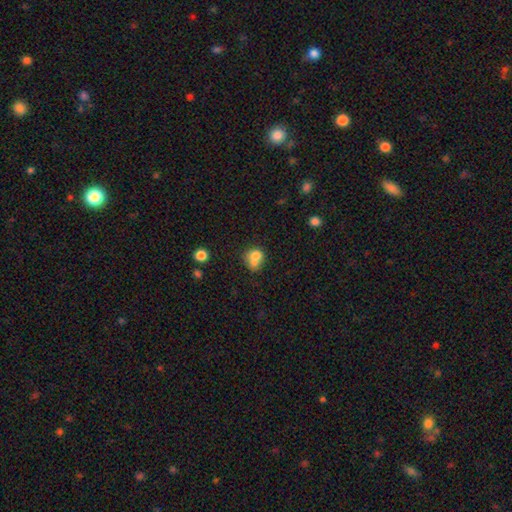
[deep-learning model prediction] A smooth galaxy with no disk features (72%) that is round (65%).

Vote fractions:
- Smooth or featured? smooth: 72% / featured or disk: 17% / star or artifact: 11%
- How rounded? round: 65% / in between: 34% / cigar-shaped: 1%
- Merging? merger: 55% / none: 30% / minor disturbance: 10% / major disturbance: 5%